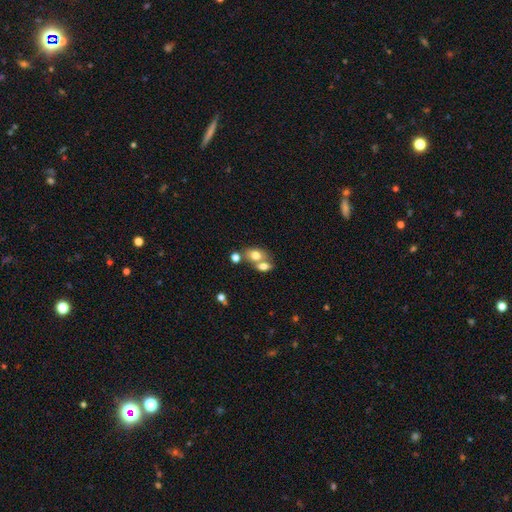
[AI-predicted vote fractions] smooth-or-featured: smooth: 73% | featured or disk: 17% | star or artifact: 10%
  how-rounded: in between: 67% | round: 31% | cigar-shaped: 2%
  merging: merger: 55% | none: 32% | minor disturbance: 9% | major disturbance: 4%